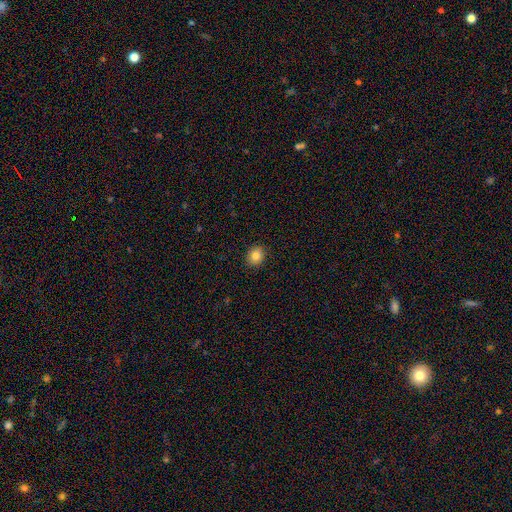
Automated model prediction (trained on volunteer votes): Morphology: type=smooth (84%); roundness=round (69%); merging=none (90%).